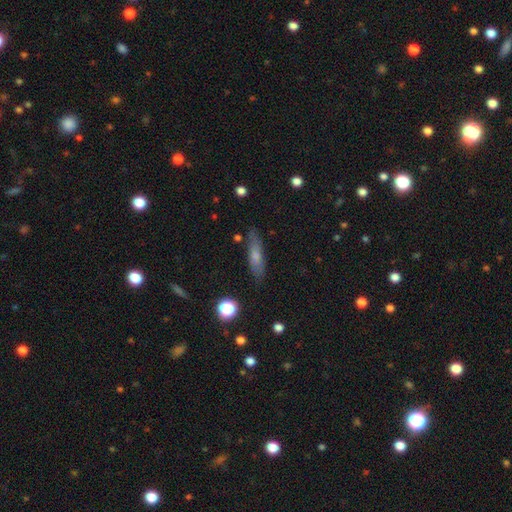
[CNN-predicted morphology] The model was most divided on "smooth or featured": smooth: 61%, featured or disk: 31%, star or artifact: 9%. More confident: merging — none (81%); how rounded — cigar-shaped (67%).